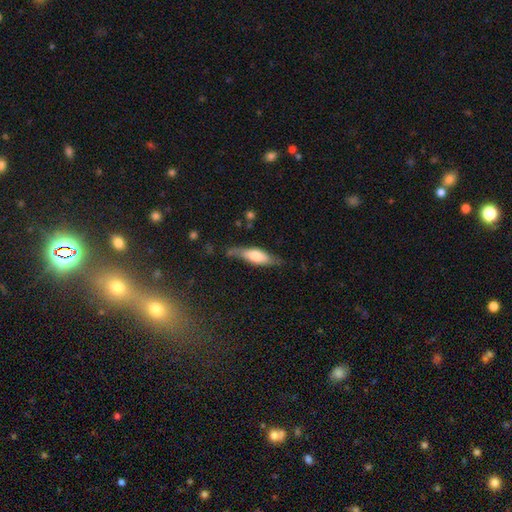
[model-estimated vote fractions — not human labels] A smooth galaxy with no disk features (56%) that is cigar-shaped (51%).

Vote fractions:
- Smooth or featured? smooth: 56% / featured or disk: 38% / star or artifact: 6%
- How rounded? cigar-shaped: 51% / in between: 47% / round: 2%
- Merging? none: 64% / minor disturbance: 26% / major disturbance: 7% / merger: 3%